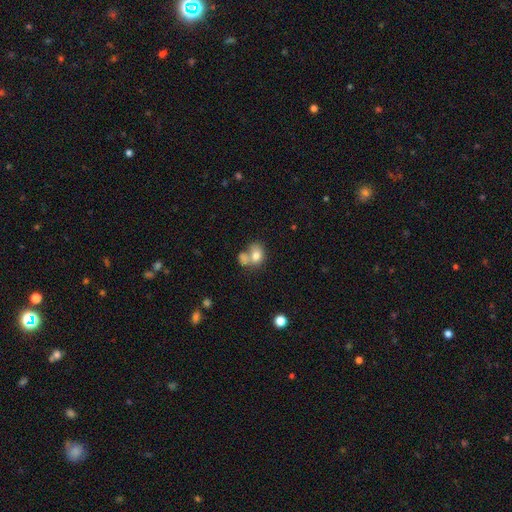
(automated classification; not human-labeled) Q: Smooth or featured?
A: smooth (77%); runner-up: featured or disk (14%)
Q: How rounded?
A: in between (59%); runner-up: round (40%)
Q: Merging?
A: merger (55%); runner-up: none (27%)